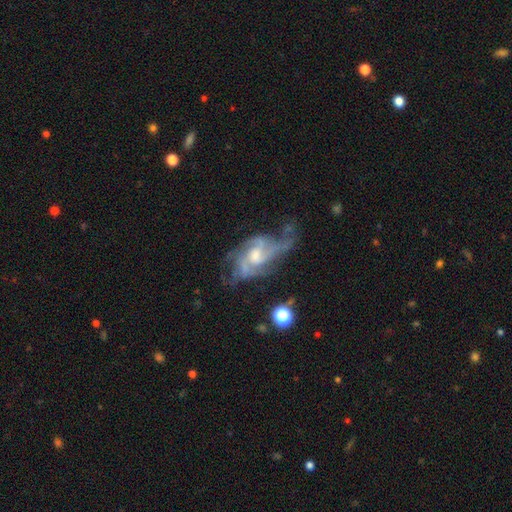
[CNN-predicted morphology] smooth-or-featured: featured or disk: 85% | smooth: 8% | star or artifact: 7%
  disk-edge-on: no: 96% | yes: 4%
    bar: no: 49% | weak: 42% | strong: 9%
    has-spiral-arms: yes: 91% | no: 9%
      spiral-winding: medium: 47% | loose: 30% | tight: 24%
      spiral-arm-count: 2: 33% | can't tell: 24% | 3: 23% | 4: 9% | 1: 6% | more than 4: 5%
    bulge-size: moderate: 54% | small: 31% | large: 7% | none: 7% | dominant: 1%
  merging: none: 43% | major disturbance: 30% | minor disturbance: 22% | merger: 5%